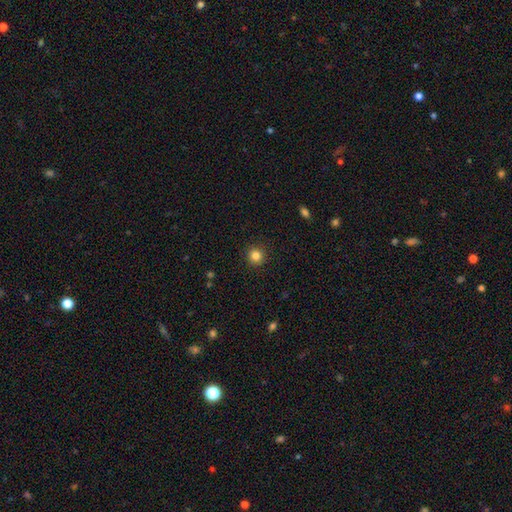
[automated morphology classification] This appears to be a smooth galaxy with no disk features (84%) that is round (93%). Merging: none (92%).